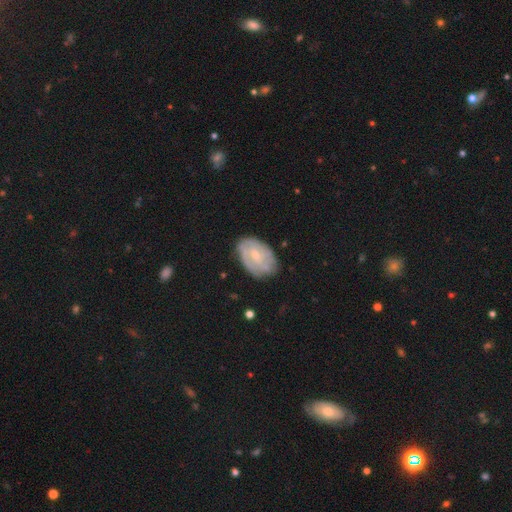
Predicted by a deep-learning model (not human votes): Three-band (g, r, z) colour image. It shows a featured or disk galaxy (68%) with no bar (61%), tight (58%) spiral arms (77%) and a small central bulge (61%). Merging: none (68%).